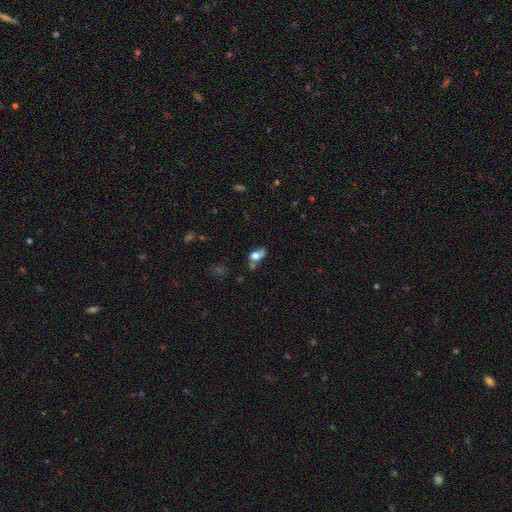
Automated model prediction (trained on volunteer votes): The model was most divided on "merging": none: 33%, merger: 27%, minor disturbance: 22%, major disturbance: 17%. More confident: how rounded — in between (71%); smooth or featured — smooth (64%).